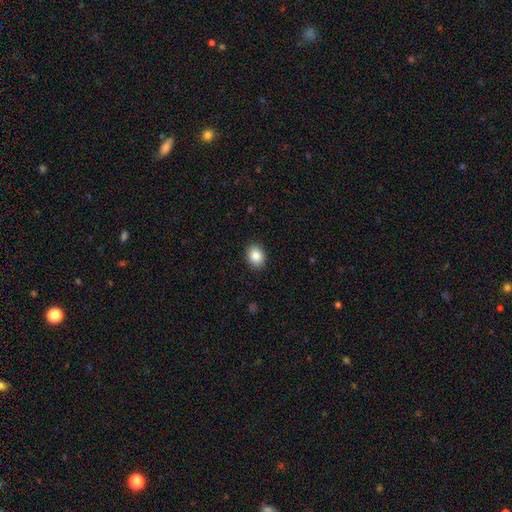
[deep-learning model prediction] Overall: smooth (87%). How rounded: in between (61%; round 38%). Merging: none (90%).